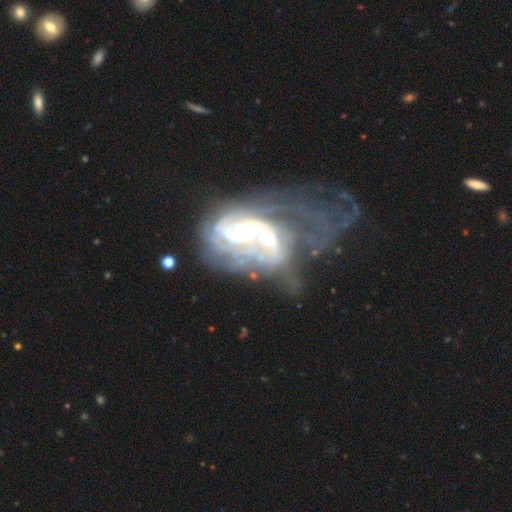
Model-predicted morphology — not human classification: A featured or disk galaxy (71%) with no bar (59%), no spiral arms (52%) and a moderate central bulge (50%). Merging: merger (55%).